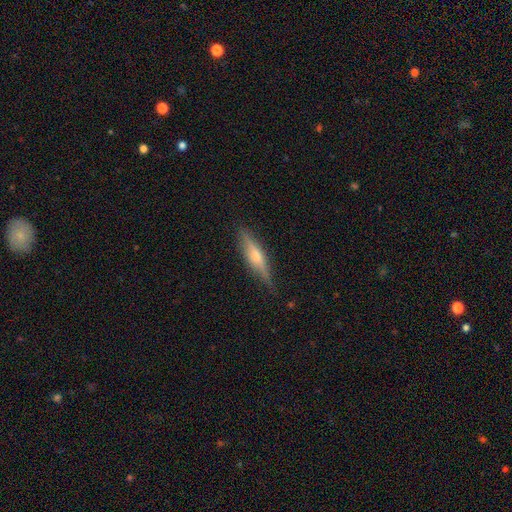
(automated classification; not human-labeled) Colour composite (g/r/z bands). It shows a featured or disk galaxy (64%) viewed edge-on (95%) with a rounded central bulge (83%). Merging: none (85%).